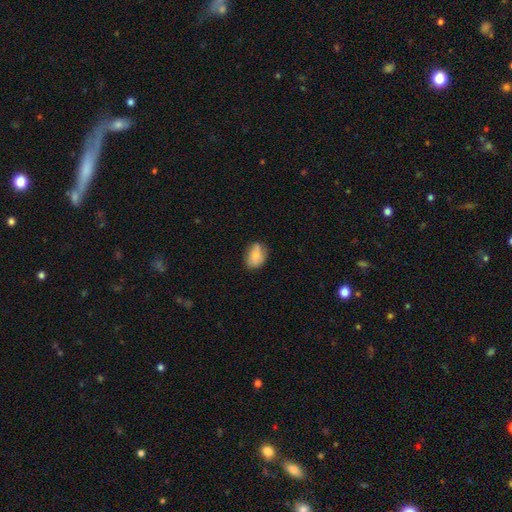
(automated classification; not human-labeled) Overall: smooth (70%). How rounded: in between (79%). Merging: none (67%).